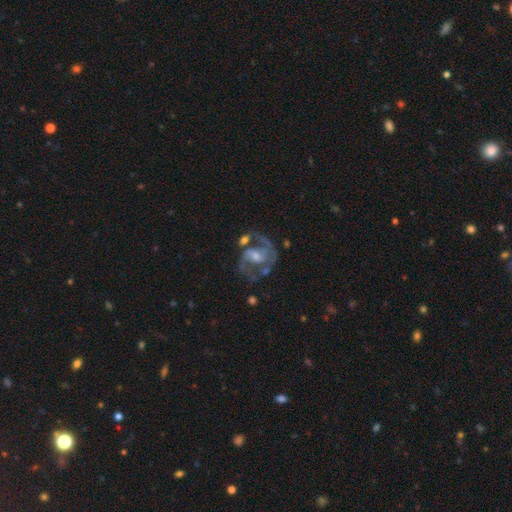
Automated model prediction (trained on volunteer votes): The model was most divided on "bulge size": moderate: 44%, small: 42%, none: 7%, large: 5%, dominant: 1%. Remaining: edge-on disk — no (98%); spiral arms — yes (95%); smooth or featured — featured or disk (88%); spiral arm count — 2 (83%); spiral winding — medium (57%); merging — none (55%); bar — weak (49%).